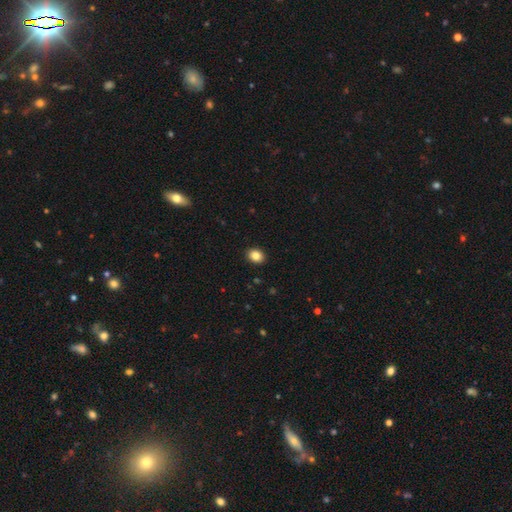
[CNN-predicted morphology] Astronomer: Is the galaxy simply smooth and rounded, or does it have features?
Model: smooth — 86%.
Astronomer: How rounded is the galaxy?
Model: in between — 59% (runner-up: round, 40%).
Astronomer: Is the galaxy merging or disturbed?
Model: none — 91%.